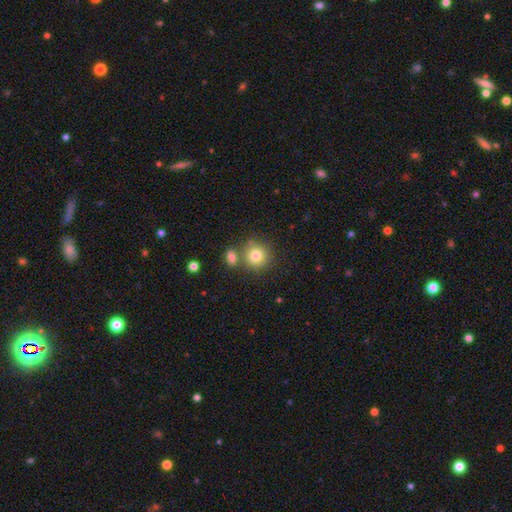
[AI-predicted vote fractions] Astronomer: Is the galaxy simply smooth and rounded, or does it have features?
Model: smooth — 80%.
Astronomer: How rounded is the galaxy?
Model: round — 89%.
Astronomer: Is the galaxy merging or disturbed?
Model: none — 67%.